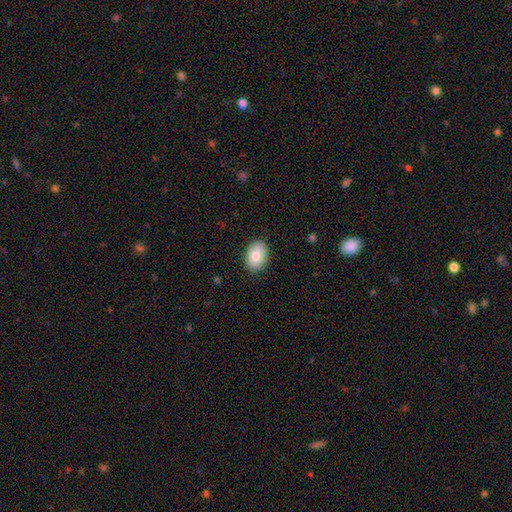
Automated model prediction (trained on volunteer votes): A smooth galaxy with no disk features (85%) that is in between round and cigar-shaped (80%). Merging: none (88%).